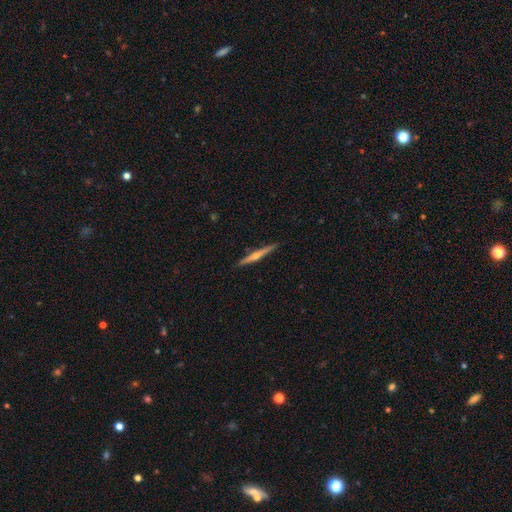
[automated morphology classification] smooth_or_featured: featured or disk (p=0.75) [alt: smooth p=0.19]
disk_edge_on: yes (p=0.98) [alt: no p=0.02]
edge_on_bulge: rounded (p=0.88) [alt: none p=0.08]
merging: none (p=0.92) [alt: minor disturbance p=0.06]